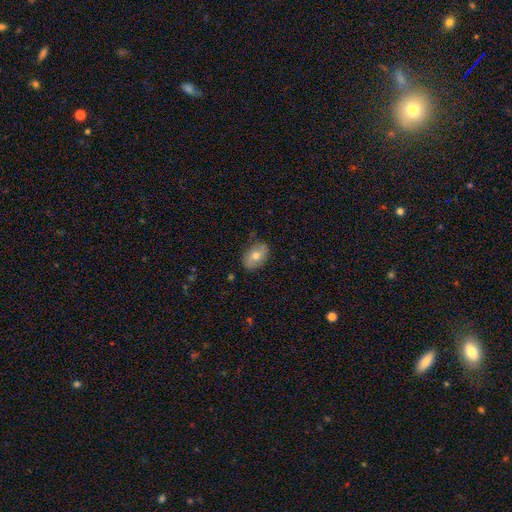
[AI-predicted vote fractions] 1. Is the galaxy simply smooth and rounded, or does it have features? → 69% smooth, 24% featured or disk, 8% star or artifact.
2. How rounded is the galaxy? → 86% in between, 12% round, 1% cigar-shaped.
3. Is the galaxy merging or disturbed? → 80% none, 15% minor disturbance, 3% major disturbance, 1% merger.